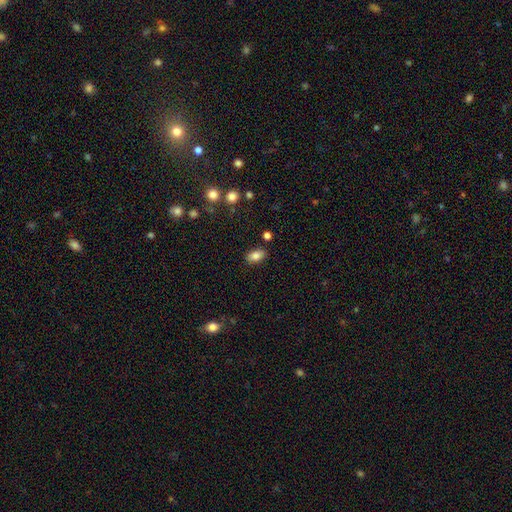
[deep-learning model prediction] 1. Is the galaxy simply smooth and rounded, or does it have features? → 83% smooth, 9% star or artifact, 8% featured or disk.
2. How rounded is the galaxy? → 90% in between, 7% round, 3% cigar-shaped.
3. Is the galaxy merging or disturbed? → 85% none, 10% minor disturbance, 2% major disturbance, 2% merger.